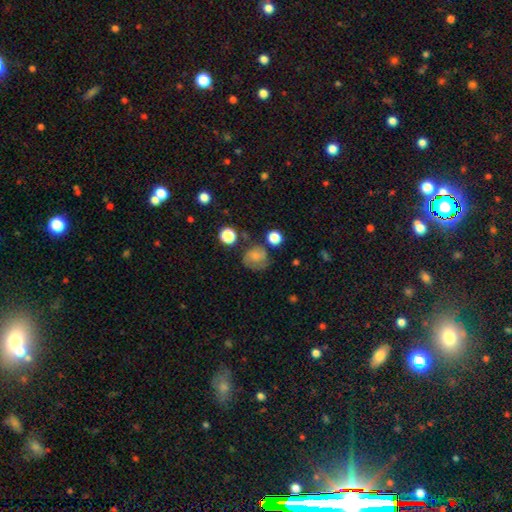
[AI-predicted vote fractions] smooth-or-featured: smooth: 58% | featured or disk: 30% | star or artifact: 12%
  how-rounded: round: 75% | in between: 24% | cigar-shaped: 1%
  merging: none: 53% | minor disturbance: 25% | major disturbance: 15% | merger: 6%